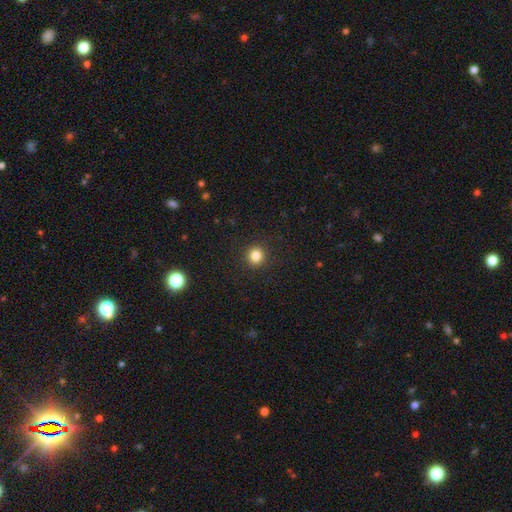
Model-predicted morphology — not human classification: A smooth galaxy with no disk features (84%) that is round (91%).

Vote fractions:
- Smooth or featured? smooth: 84% / star or artifact: 12% / featured or disk: 4%
- How rounded? round: 91% / in between: 8% / cigar-shaped: 1%
- Merging? none: 92% / minor disturbance: 5% / major disturbance: 2% / merger: 1%